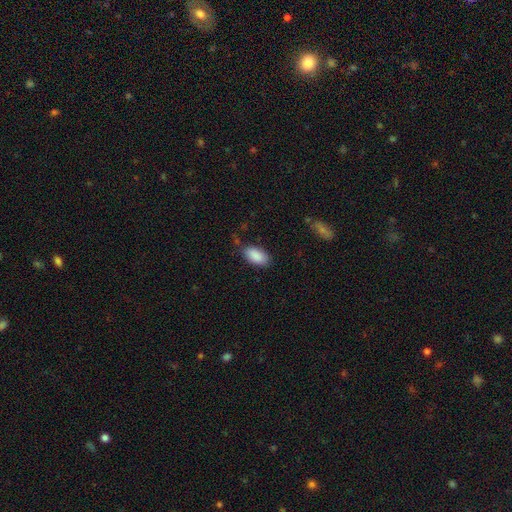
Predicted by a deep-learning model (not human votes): Smooth or featured: smooth — 89% (star or artifact — 6%)
How rounded: in between — 94% (cigar-shaped — 4%)
Merging: none — 79% (minor disturbance — 16%)